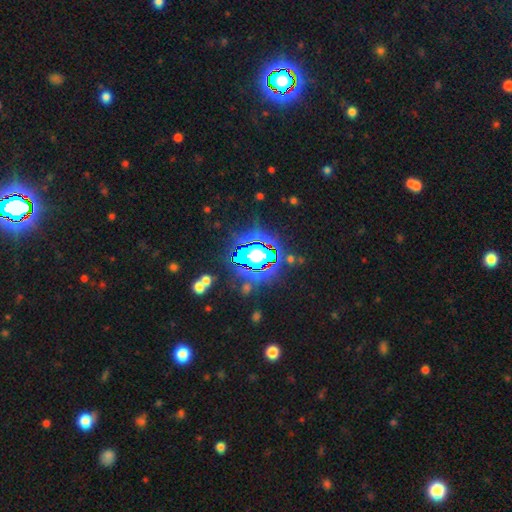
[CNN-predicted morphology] star or artifact 63%, smooth 22%, featured or disk 15%.